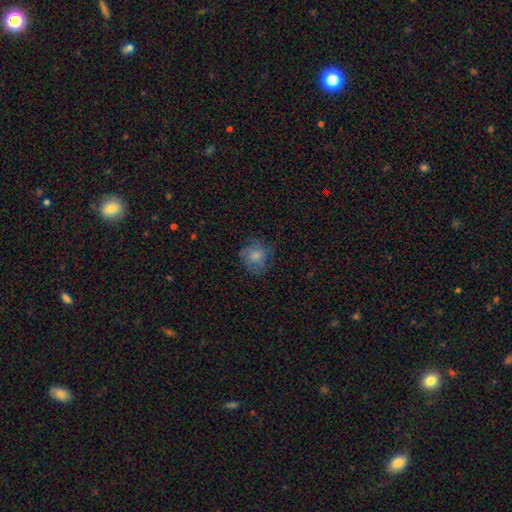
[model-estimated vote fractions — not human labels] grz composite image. It shows a smooth galaxy with no disk features (69%) that is round (79%). Merging: none (66%).